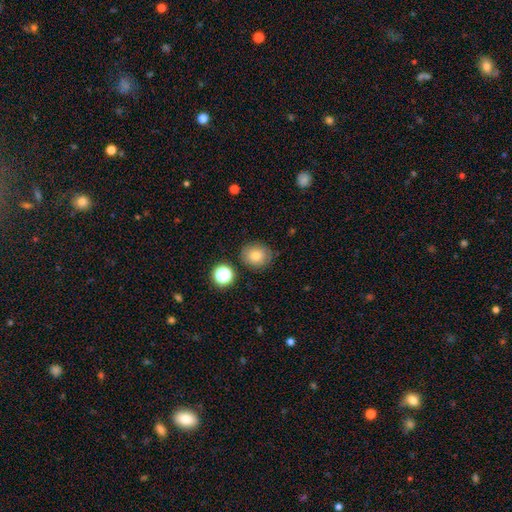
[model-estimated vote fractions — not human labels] This appears to be a smooth galaxy with no disk features (77%) that is round (77%). Merging: none (79%).